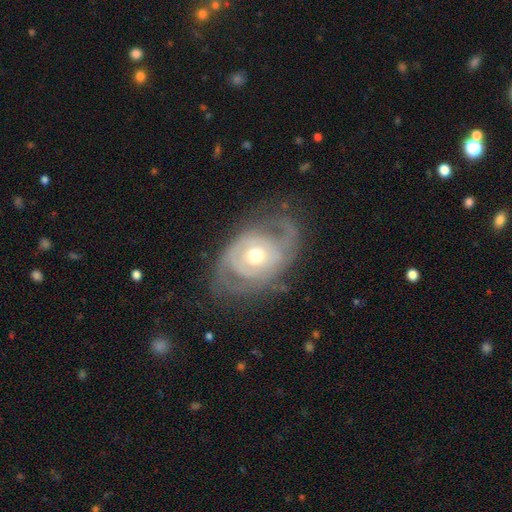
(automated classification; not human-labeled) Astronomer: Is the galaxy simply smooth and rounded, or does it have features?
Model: featured or disk — 78%.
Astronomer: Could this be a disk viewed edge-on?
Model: no — 95%.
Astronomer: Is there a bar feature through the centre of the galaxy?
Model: no — 78%.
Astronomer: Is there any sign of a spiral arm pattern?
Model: yes — 75%.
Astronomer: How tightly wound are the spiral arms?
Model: tight — 54%.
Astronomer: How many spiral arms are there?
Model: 2 — 41% (runner-up: can't tell, 34%).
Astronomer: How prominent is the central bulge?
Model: moderate — 68%.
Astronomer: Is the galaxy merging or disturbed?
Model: none — 60%.